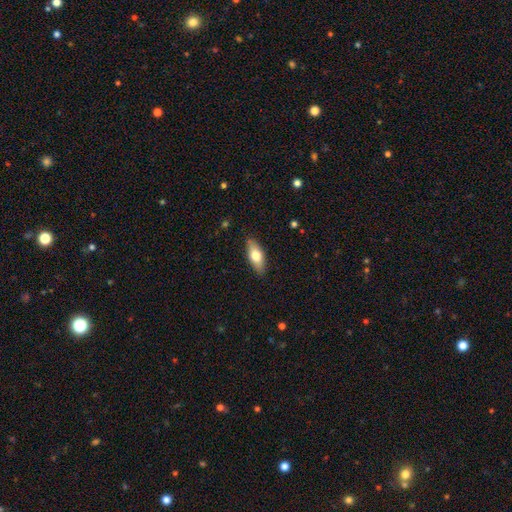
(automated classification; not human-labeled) This appears to be a smooth galaxy with no disk features (70%) that is in between round and cigar-shaped (77%). Merging: none (86%).